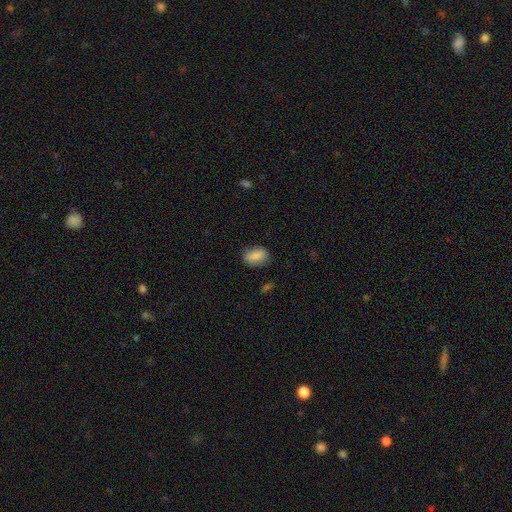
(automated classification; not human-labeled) Morphology: type=smooth (87%); roundness=in between (82%); merging=none (80%).